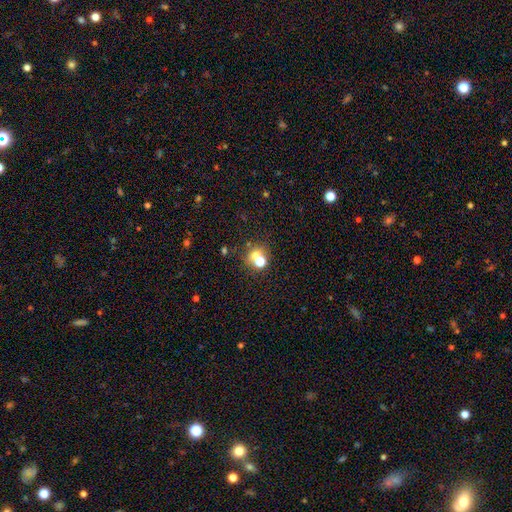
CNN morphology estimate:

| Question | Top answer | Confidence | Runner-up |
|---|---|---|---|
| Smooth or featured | smooth | 63% | star or artifact (20%) |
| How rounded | round | 77% | in between (22%) |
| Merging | none | 45% | merger (43%) |